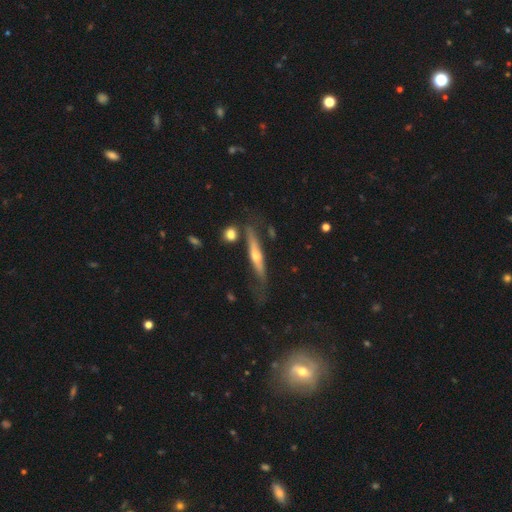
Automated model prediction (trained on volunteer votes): smooth-or-featured: featured or disk: 71% | smooth: 23% | star or artifact: 6%
  disk-edge-on: yes: 91% | no: 9%
    edge-on-bulge: rounded: 86% | none: 9% | boxy: 4%
  merging: none: 65% | minor disturbance: 21% | major disturbance: 8% | merger: 5%